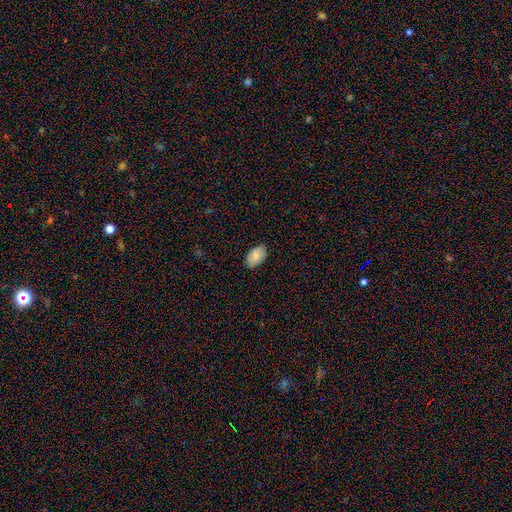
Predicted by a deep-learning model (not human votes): Q: Smooth or featured?
A: smooth (81%); runner-up: featured or disk (13%)
Q: How rounded?
A: in between (92%); runner-up: round (6%)
Q: Merging?
A: none (86%); runner-up: minor disturbance (11%)